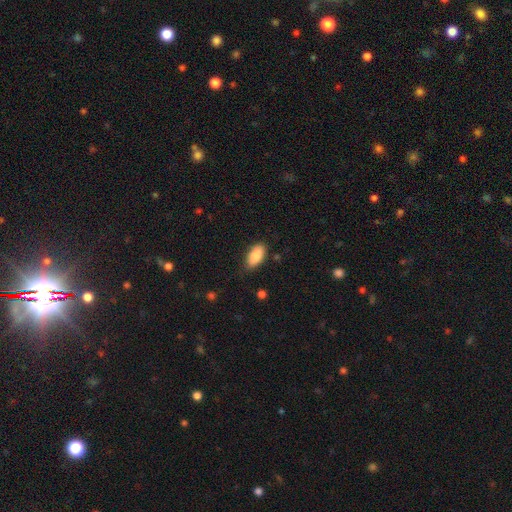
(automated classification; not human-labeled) A smooth galaxy with no disk features (86%) that is in between round and cigar-shaped (91%).

Vote fractions:
- Smooth or featured? smooth: 86% / featured or disk: 7% / star or artifact: 7%
- How rounded? in between: 91% / cigar-shaped: 7% / round: 3%
- Merging? none: 79% / minor disturbance: 17% / major disturbance: 3% / merger: 1%